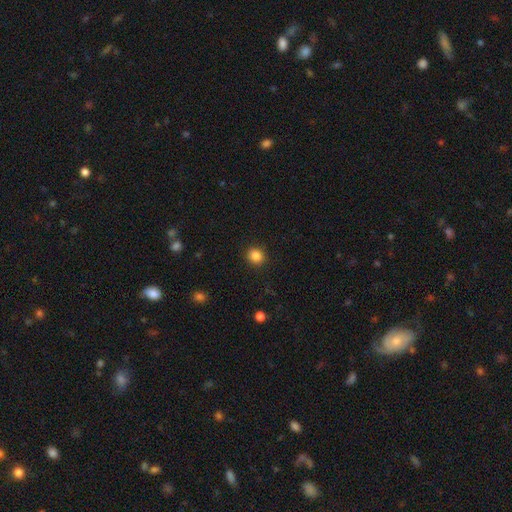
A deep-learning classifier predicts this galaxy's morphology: Overall: smooth (85%). How rounded: round (80%). Merging: none (91%).